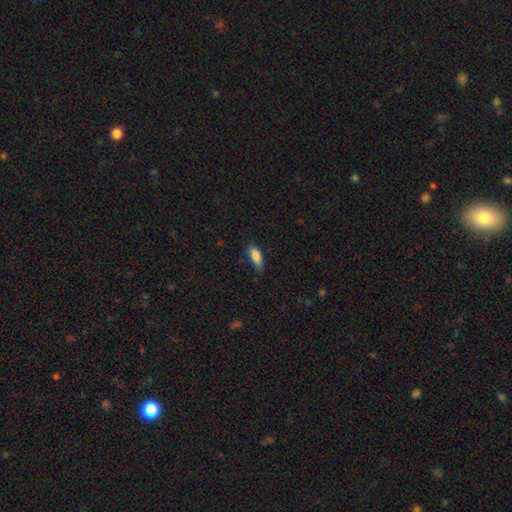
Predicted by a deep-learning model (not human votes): Smooth or featured? smooth (85%)
How rounded? in between (73%)
Merging? none (72%)